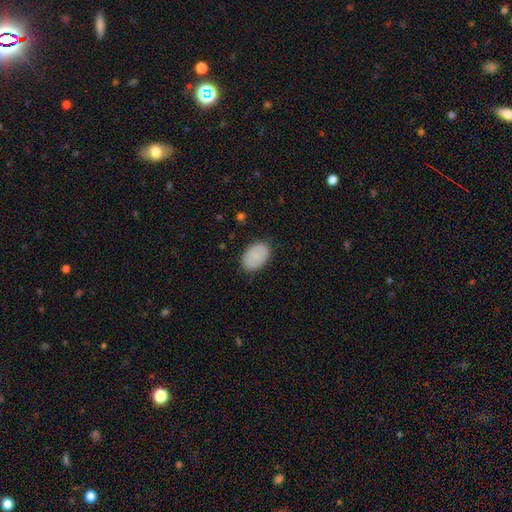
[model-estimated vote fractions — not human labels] Smooth or featured? Predicted: smooth (p=0.84). How rounded? Predicted: in between (p=0.86). Merging? Predicted: none (p=0.85).